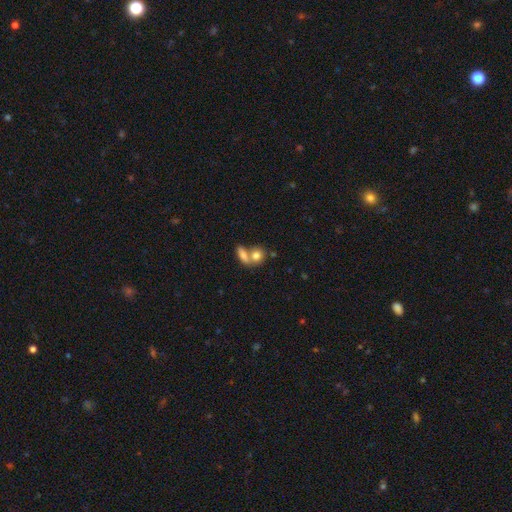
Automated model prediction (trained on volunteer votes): Smooth or featured?
  - smooth: 80% *
  - featured or disk: 11%
  - star or artifact: 9%
How rounded?
  - round: 51% *
  - in between: 45%
  - cigar-shaped: 4%
Merging?
  - merger: 53% *
  - none: 36%
  - minor disturbance: 8%
  - major disturbance: 4%